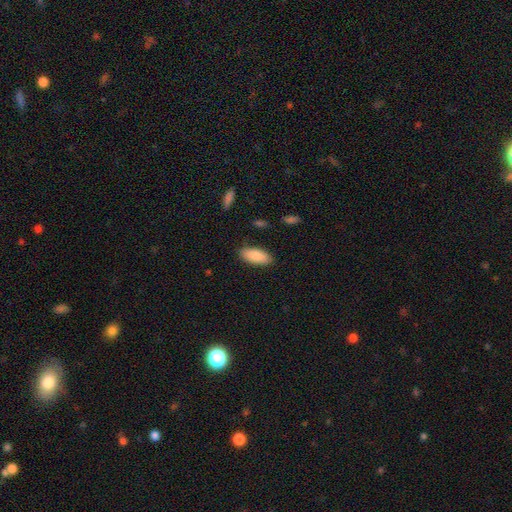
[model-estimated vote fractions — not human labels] A smooth galaxy with no disk features (87%) that is in between round and cigar-shaped (87%).

Vote fractions:
- Smooth or featured? smooth: 87% / featured or disk: 7% / star or artifact: 6%
- How rounded? in between: 87% / cigar-shaped: 12% / round: 2%
- Merging? none: 85% / minor disturbance: 11% / major disturbance: 2% / merger: 1%